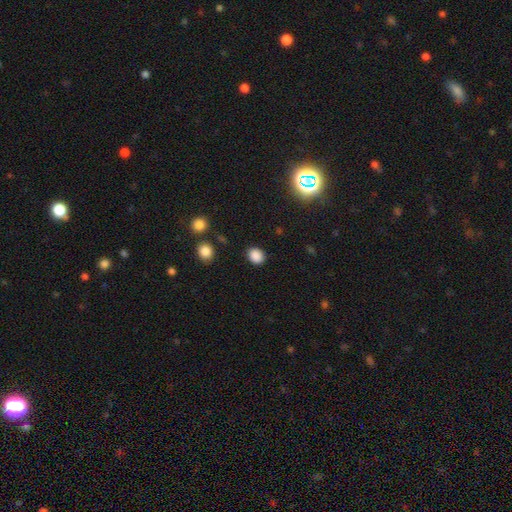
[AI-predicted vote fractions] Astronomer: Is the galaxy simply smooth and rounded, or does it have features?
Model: smooth — 86%.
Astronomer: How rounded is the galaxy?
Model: round — 57% (runner-up: in between, 42%).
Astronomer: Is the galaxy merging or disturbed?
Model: none — 86%.